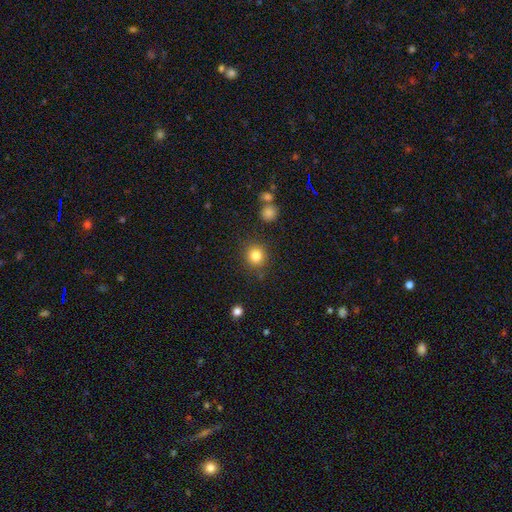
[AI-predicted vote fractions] Smooth or featured?
  - smooth: 83% *
  - star or artifact: 12%
  - featured or disk: 6%
How rounded?
  - round: 90% *
  - in between: 9%
  - cigar-shaped: 1%
Merging?
  - none: 86% *
  - minor disturbance: 8%
  - major disturbance: 3%
  - merger: 3%